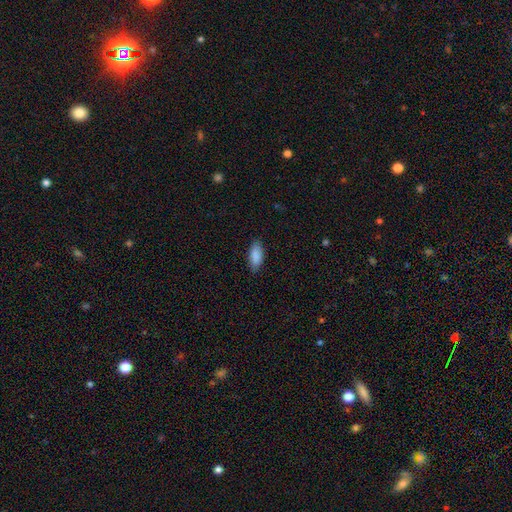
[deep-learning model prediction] A smooth galaxy with no disk features (88%) that is in between round and cigar-shaped (84%).

Vote fractions:
- Smooth or featured? smooth: 88% / star or artifact: 6% / featured or disk: 6%
- How rounded? in between: 84% / cigar-shaped: 15% / round: 2%
- Merging? none: 84% / minor disturbance: 13% / major disturbance: 2% / merger: 1%